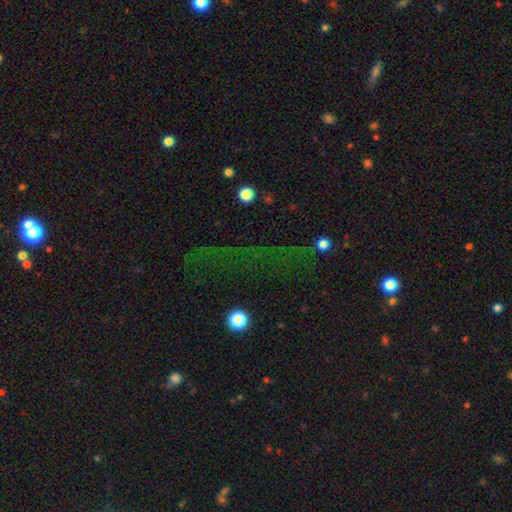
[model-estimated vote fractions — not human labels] A star or artifact, not a galaxy (67%).

Vote fractions:
- Smooth or featured? star or artifact: 67% / smooth: 21% / featured or disk: 12%